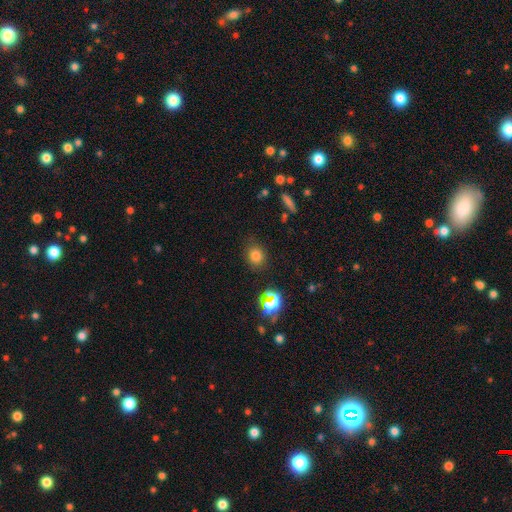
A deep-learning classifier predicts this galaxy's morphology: This is likely a smooth galaxy (75%). How rounded: likely round (75%). Merging: clearly none (82%).